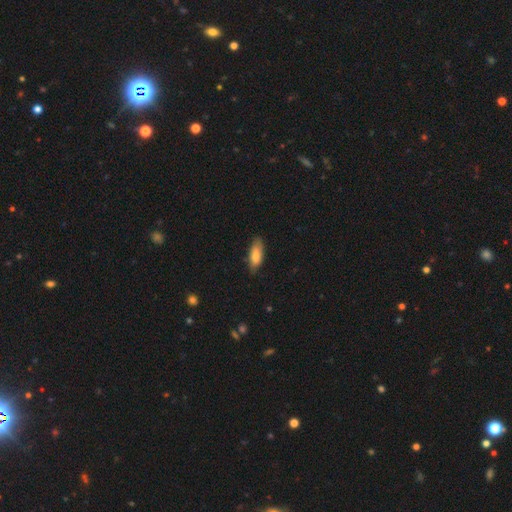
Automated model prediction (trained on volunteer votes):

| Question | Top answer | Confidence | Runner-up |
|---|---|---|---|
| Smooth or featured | smooth | 82% | featured or disk (13%) |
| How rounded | in between | 71% | cigar-shaped (27%) |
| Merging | none | 75% | minor disturbance (21%) |